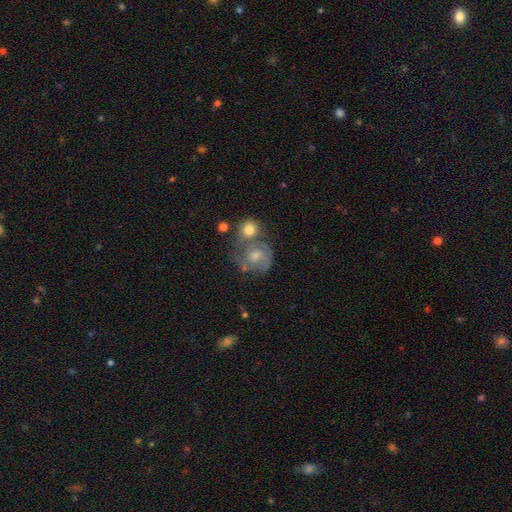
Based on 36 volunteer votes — Overall: featured or disk (78%). Edge-on disk: no (100%). Bar: no (75%). Spiral arms: yes (75%). Spiral arm count: 2 (57%; 3 19%). Spiral winding: tight (48%, tied with medium). Bulge size: moderate (54%; small 29%). Merging: none (37%; merger 26%).